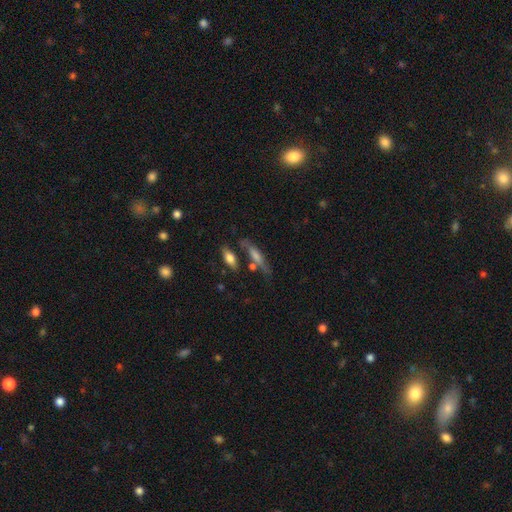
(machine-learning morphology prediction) Q: Smooth or featured?
A: featured or disk (44%); runner-up: smooth (41%)
Q: Merging?
A: none (58%); runner-up: merger (18%)